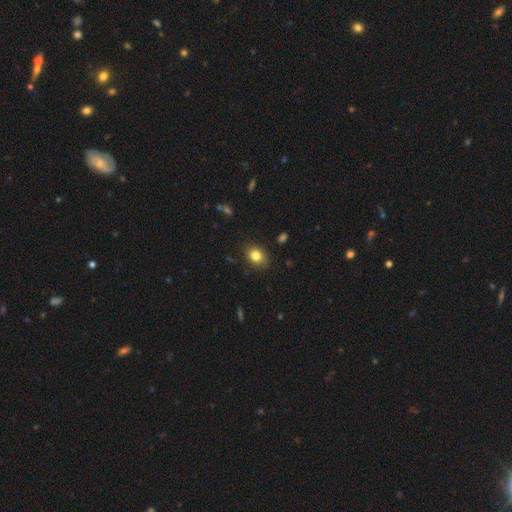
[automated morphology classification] Smooth or featured?
  - smooth: 82% *
  - star or artifact: 10%
  - featured or disk: 8%
How rounded?
  - in between: 54% *
  - round: 45%
  - cigar-shaped: 1%
Merging?
  - none: 86% *
  - minor disturbance: 11%
  - major disturbance: 2%
  - merger: 1%